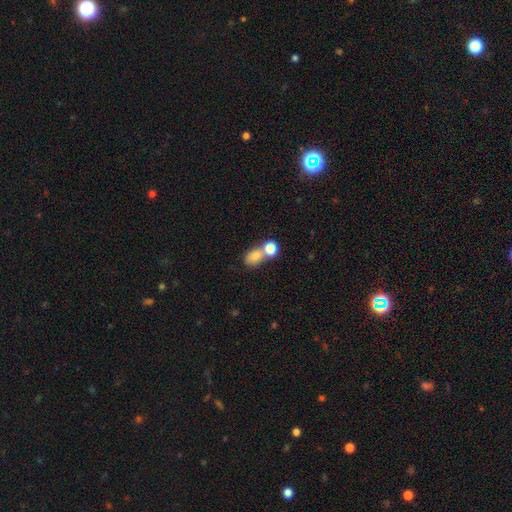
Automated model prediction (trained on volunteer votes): smooth_or_featured: smooth (p=0.76) [alt: featured or disk p=0.12]
how_rounded: in between (p=0.62) [alt: round p=0.36]
merging: merger (p=0.48) [alt: none p=0.37]